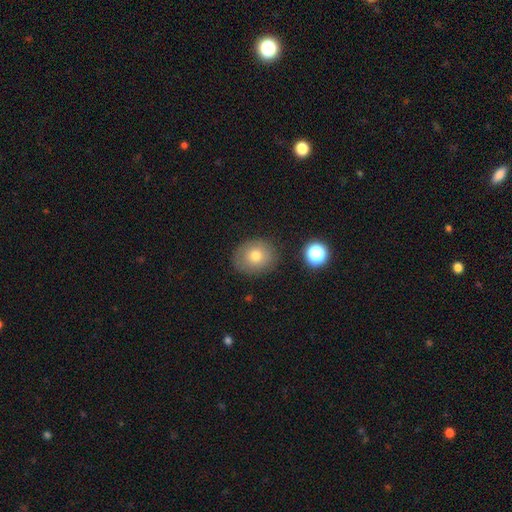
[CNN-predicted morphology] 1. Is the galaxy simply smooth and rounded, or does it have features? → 74% smooth, 15% featured or disk, 11% star or artifact.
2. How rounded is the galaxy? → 64% round, 35% in between, 1% cigar-shaped.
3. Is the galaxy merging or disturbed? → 81% none, 13% minor disturbance, 4% major disturbance, 2% merger.